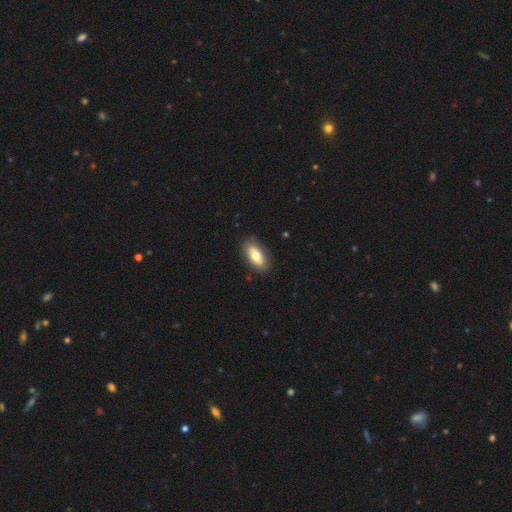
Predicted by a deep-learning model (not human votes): smooth 73%, featured or disk 21%, star or artifact 6%. Down the decision tree: how rounded — in between (87%); merging — none (83%).